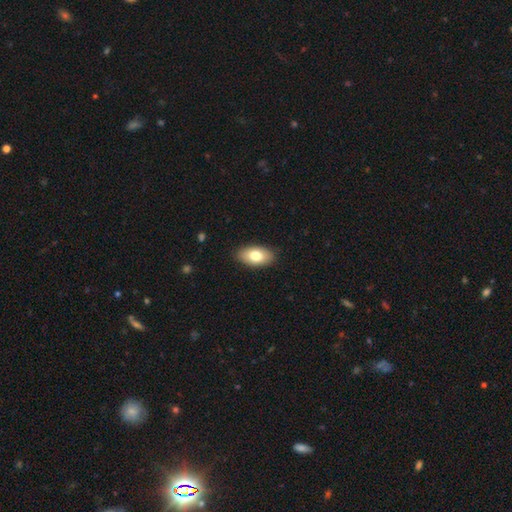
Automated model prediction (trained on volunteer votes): smooth 78%, featured or disk 15%, star or artifact 7%. Down the decision tree: how rounded — in between (93%); merging — none (88%).